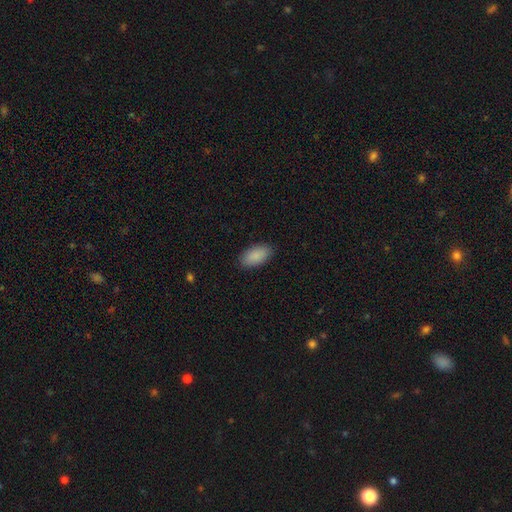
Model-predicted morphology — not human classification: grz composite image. It shows a smooth galaxy with no disk features (90%) that is in between round and cigar-shaped (94%). Merging: none (88%).